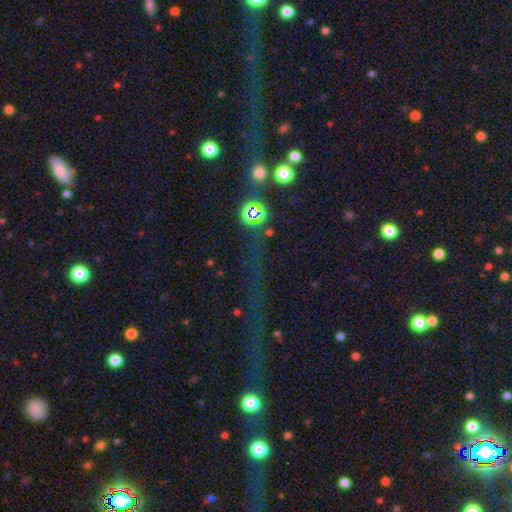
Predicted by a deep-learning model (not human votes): Smooth or featured: star or artifact — 71% (smooth — 16%)